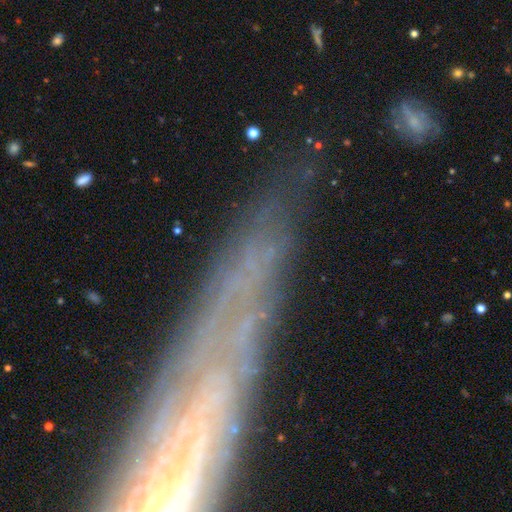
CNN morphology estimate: smooth_or_featured: featured or disk (p=0.52) [alt: star or artifact p=0.26]
disk_edge_on: no (p=0.59) [alt: yes p=0.41]
merging: none (p=0.68) [alt: minor disturbance p=0.19]